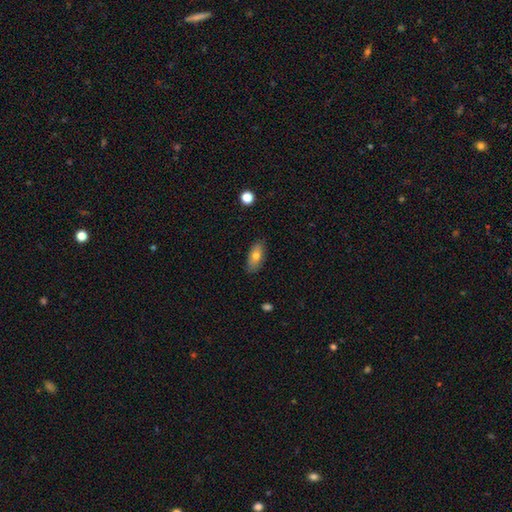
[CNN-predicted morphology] type=smooth (73%); roundness=in between (85%); merging=none (84%).